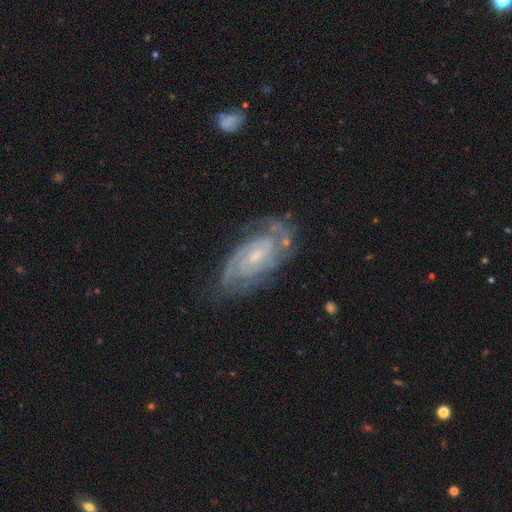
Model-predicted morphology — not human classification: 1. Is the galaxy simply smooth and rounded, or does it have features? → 85% featured or disk, 9% smooth, 6% star or artifact.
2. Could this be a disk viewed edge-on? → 94% no, 6% yes.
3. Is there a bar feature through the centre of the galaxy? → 47% weak, 42% no, 11% strong.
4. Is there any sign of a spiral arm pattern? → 95% yes, 5% no.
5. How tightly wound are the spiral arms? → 61% tight, 32% medium, 6% loose.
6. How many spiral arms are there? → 53% 2, 23% can't tell, 13% 3, 4% 4, 3% 1, 3% more than 4.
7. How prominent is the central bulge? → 60% small, 28% moderate, 9% none, 2% large, 1% dominant.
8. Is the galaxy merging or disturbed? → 71% none, 20% minor disturbance, 7% major disturbance, 2% merger.